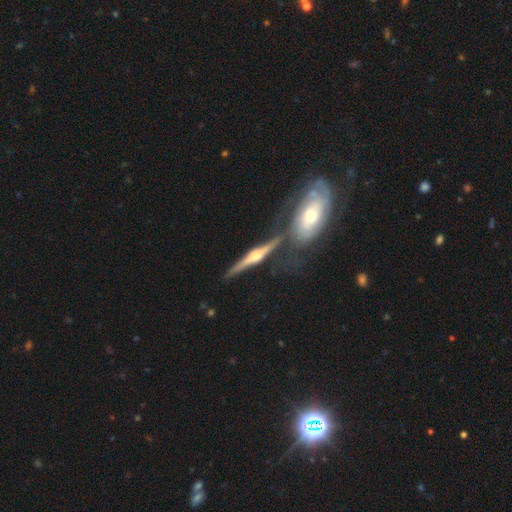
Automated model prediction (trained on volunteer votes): This is clearly a featured or disk galaxy (82%). It is clearly viewed edge-on (96%). Edge-on bulge: clearly rounded (87%). Merging: likely none (67%).